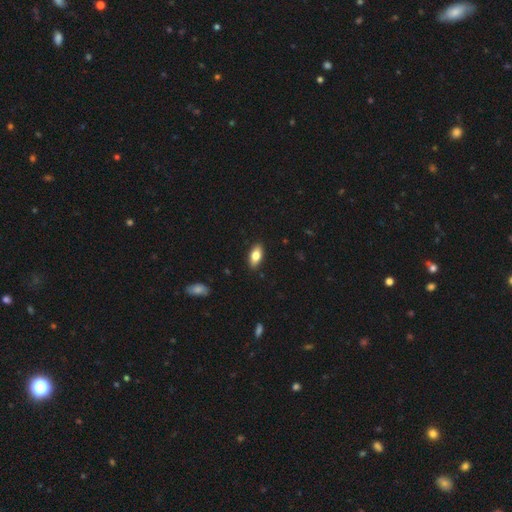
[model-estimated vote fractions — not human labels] This appears to be a smooth galaxy with no disk features (78%) that is in between round and cigar-shaped (88%). Merging: none (89%).